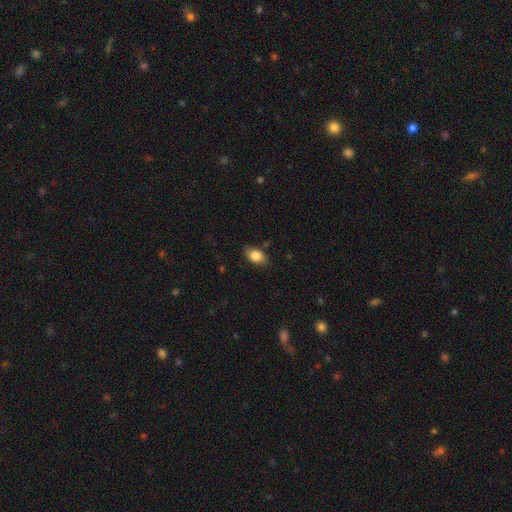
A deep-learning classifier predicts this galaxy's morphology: Q: Smooth or featured?
A: smooth (84%); runner-up: featured or disk (9%)
Q: How rounded?
A: in between (88%); runner-up: round (11%)
Q: Merging?
A: none (83%); runner-up: minor disturbance (13%)